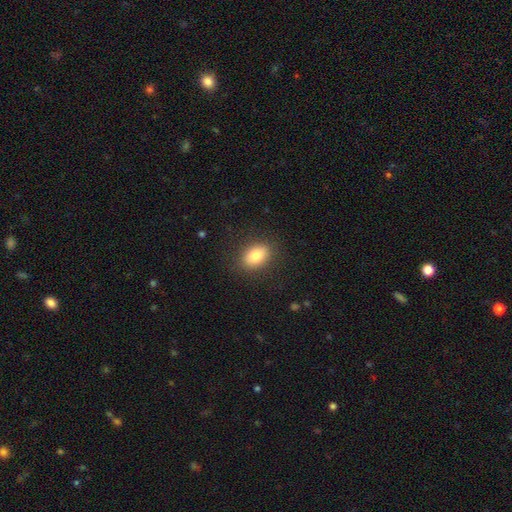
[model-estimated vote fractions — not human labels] Overall: smooth (83%). How rounded: in between (83%). Merging: none (86%).